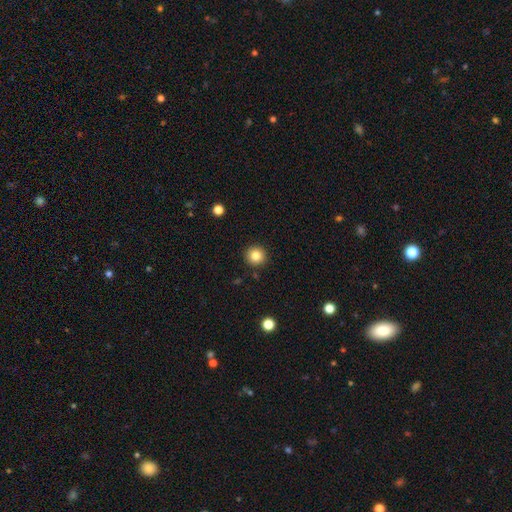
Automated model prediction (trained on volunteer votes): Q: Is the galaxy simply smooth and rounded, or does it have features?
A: smooth — 83%.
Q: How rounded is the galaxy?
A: round — 95%.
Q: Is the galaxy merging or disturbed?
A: none — 91%.